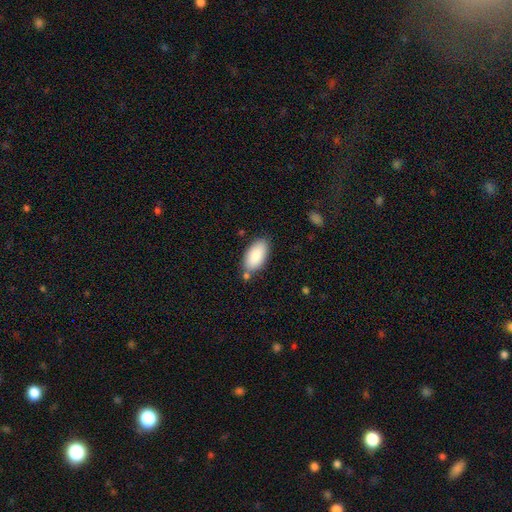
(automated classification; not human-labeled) This is clearly a smooth galaxy (86%). How rounded: clearly in between (95%). Merging: likely none (76%).